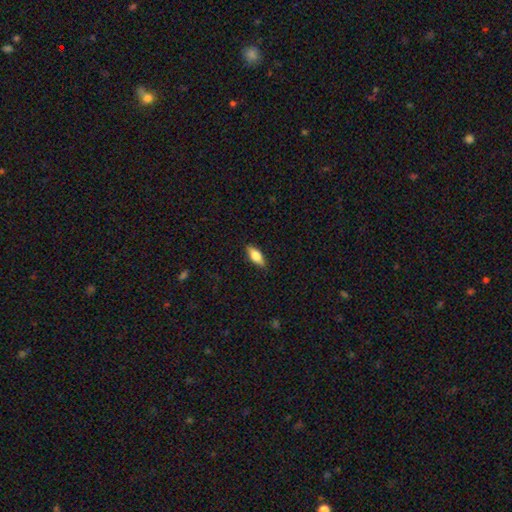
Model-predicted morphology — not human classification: type=smooth (63%); roundness=in between (72%); merging=none (88%).